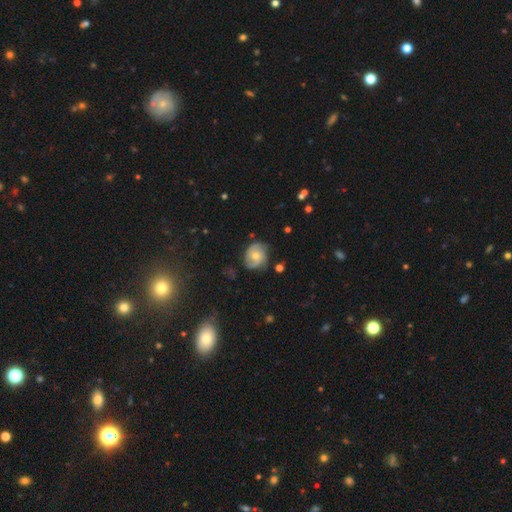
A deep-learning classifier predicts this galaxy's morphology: Smooth or featured?
  - featured or disk: 67% *
  - smooth: 25%
  - star or artifact: 8%
Edge-on disk?
  - no: 97% *
  - yes: 3%
Bar?
  - no: 71% *
  - weak: 25%
  - strong: 5%
Spiral arms?
  - yes: 90% *
  - no: 10%
Spiral winding?
  - tight: 44% *
  - medium: 41%
  - loose: 15%
Spiral arm count?
  - 2: 53% *
  - 3: 20%
  - can't tell: 18%
  - 1: 4%
  - 4: 3%
  - more than 4: 2%
Bulge size?
  - moderate: 58% *
  - small: 36%
  - large: 3%
  - none: 2%
  - dominant: 1%
Merging?
  - none: 68% *
  - minor disturbance: 23%
  - major disturbance: 7%
  - merger: 2%